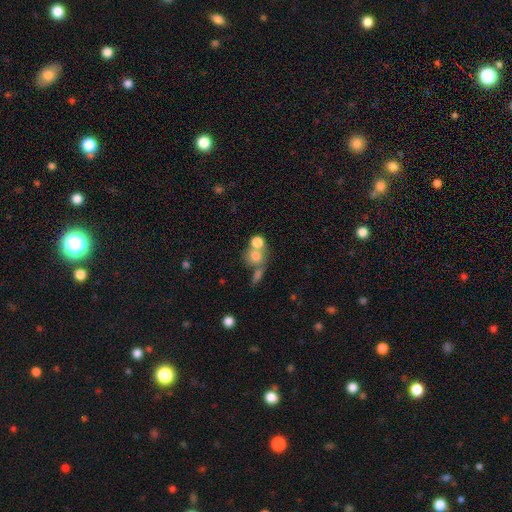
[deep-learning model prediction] This appears to be a smooth galaxy with no disk features (72%) that is round (72%). Merging: merger (53%).